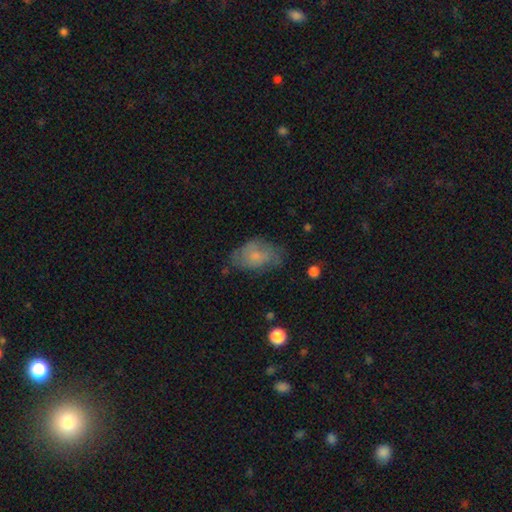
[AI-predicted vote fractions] Smooth or featured? smooth (60%)
How rounded? in between (89%)
Merging? none (53%)